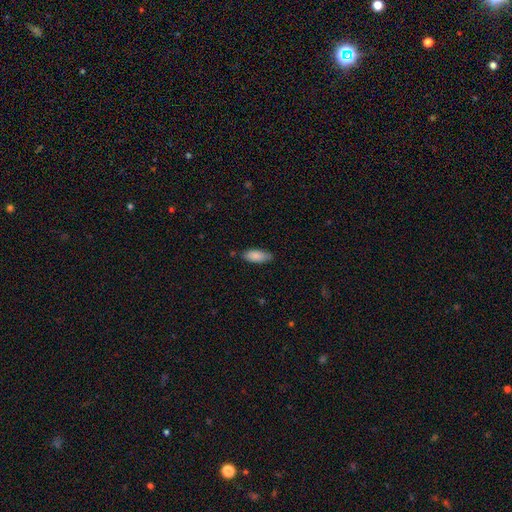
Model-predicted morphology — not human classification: type=smooth (87%); roundness=in between (80%); merging=none (80%).